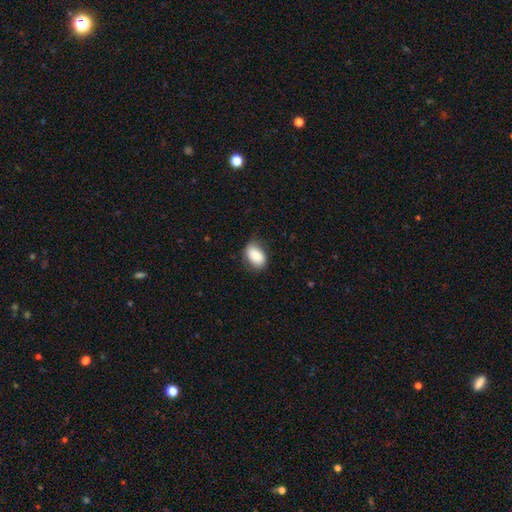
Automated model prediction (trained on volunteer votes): This is clearly a smooth galaxy (82%). How rounded: clearly in between (86%). Merging: likely none (74%).